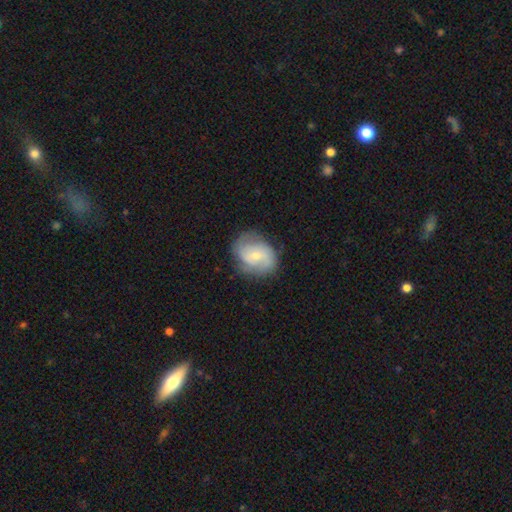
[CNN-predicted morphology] smooth-or-featured: featured or disk: 62% | smooth: 31% | star or artifact: 7%
  disk-edge-on: no: 97% | yes: 3%
    bar: no: 48% | weak: 43% | strong: 9%
    has-spiral-arms: yes: 89% | no: 11%
      spiral-winding: medium: 45% | tight: 28% | loose: 26%
      spiral-arm-count: 2: 67% | can't tell: 16% | 3: 8% | 1: 4% | 4: 2% | more than 4: 2%
    bulge-size: small: 57% | moderate: 37% | none: 2% | large: 2% | dominant: 1%
  merging: none: 73% | minor disturbance: 19% | major disturbance: 7% | merger: 1%